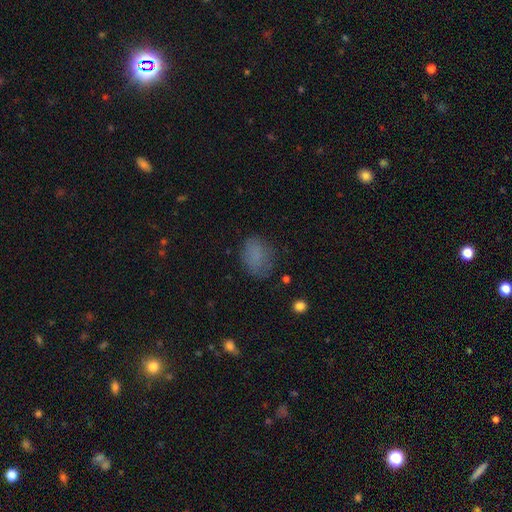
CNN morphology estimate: This is likely a smooth galaxy (77%). How rounded: likely in between (75%). Merging: likely none (66%).